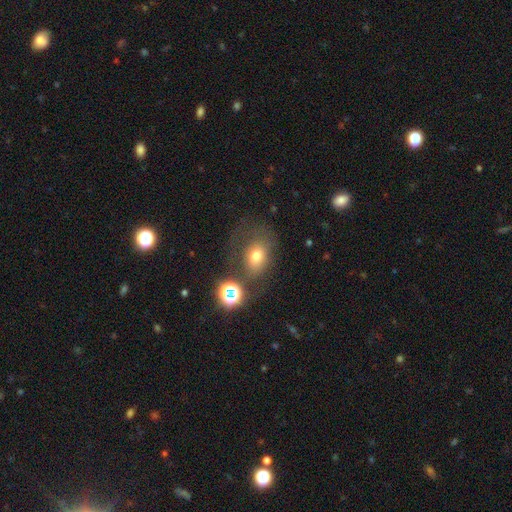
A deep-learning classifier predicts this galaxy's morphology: Smooth or featured: smooth — 70% (star or artifact — 16%)
How rounded: in between — 61% (round — 38%)
Merging: none — 54% (minor disturbance — 21%)